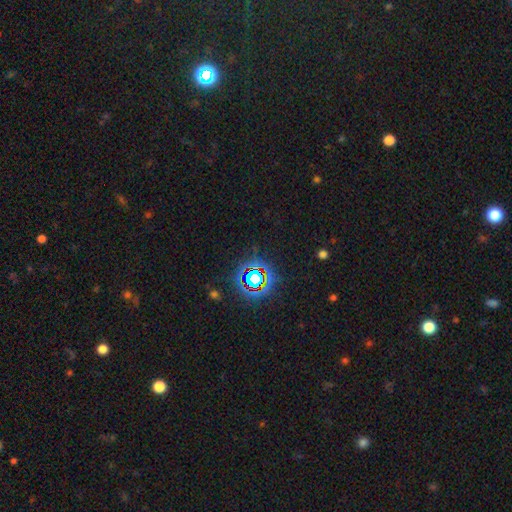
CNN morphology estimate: A star or artifact, not a galaxy (77%).

Vote fractions:
- Smooth or featured? star or artifact: 77% / smooth: 14% / featured or disk: 9%